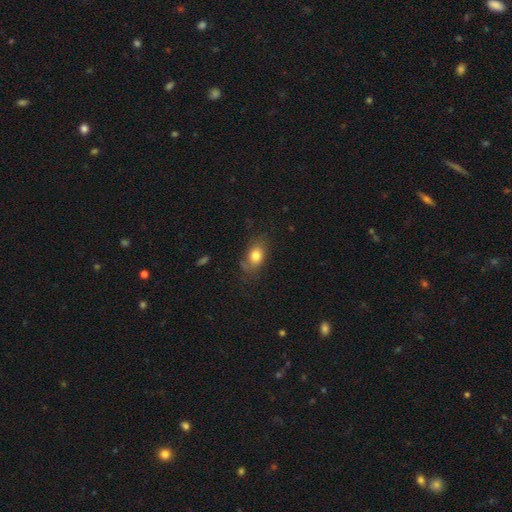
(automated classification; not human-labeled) Overall: smooth (78%). How rounded: in between (77%). Merging: none (66%).